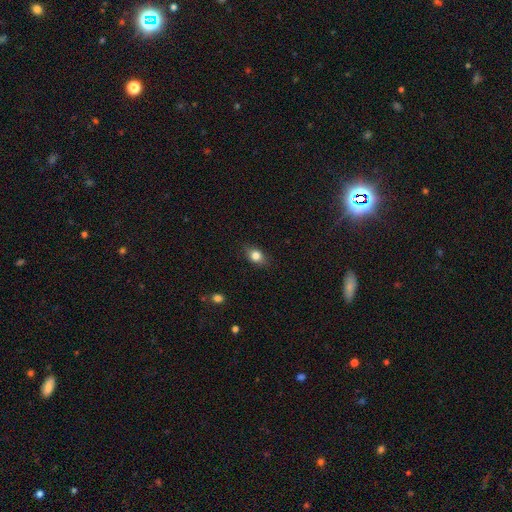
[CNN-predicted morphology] type=smooth (80%); roundness=in between (69%); merging=none (83%).